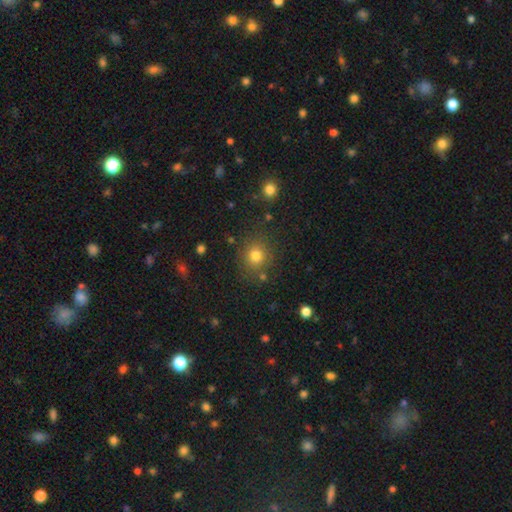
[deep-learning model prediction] This is likely a smooth galaxy (78%). How rounded: clearly round (85%). Merging: clearly none (82%).